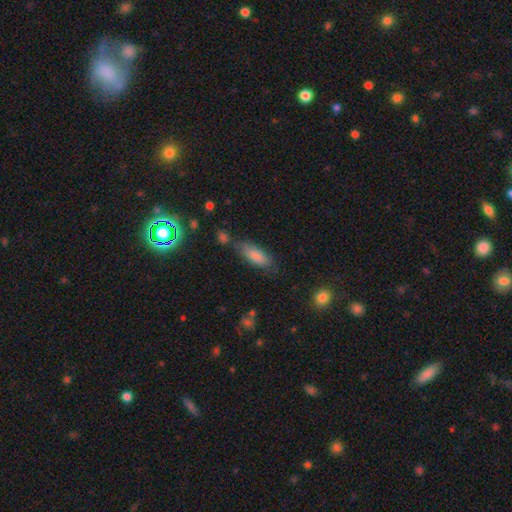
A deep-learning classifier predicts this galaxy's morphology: Smooth or featured?
  - smooth: 84% *
  - featured or disk: 8%
  - star or artifact: 7%
How rounded?
  - in between: 67% *
  - cigar-shaped: 31%
  - round: 2%
Merging?
  - none: 61% *
  - minor disturbance: 23%
  - merger: 9%
  - major disturbance: 7%